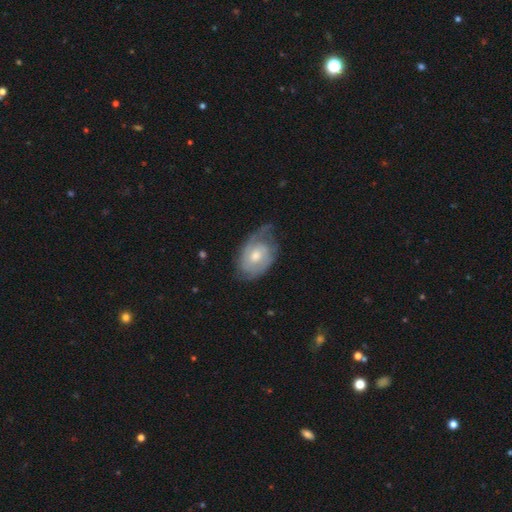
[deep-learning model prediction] The model was most divided on "merging": none: 49%, minor disturbance: 30%, major disturbance: 19%, merger: 2%. Remaining: edge-on disk — no (96%); spiral arms — yes (87%); smooth or featured — featured or disk (73%); bar — no (68%); bulge size — moderate (67%); spiral winding — tight (54%); spiral arm count — 2 (44%).